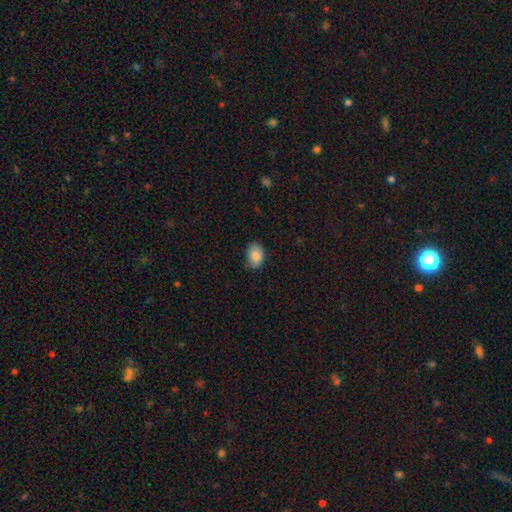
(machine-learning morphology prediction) The model was most divided on "how rounded": in between: 79%, round: 20%, cigar-shaped: 1%. More confident: smooth or featured — smooth (86%); merging — none (80%).